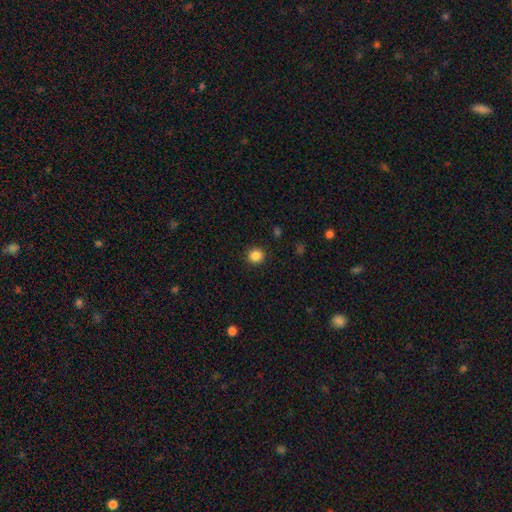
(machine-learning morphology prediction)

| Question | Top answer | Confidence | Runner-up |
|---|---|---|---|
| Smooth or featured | smooth | 86% | star or artifact (10%) |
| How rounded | round | 88% | in between (11%) |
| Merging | none | 91% | minor disturbance (6%) |